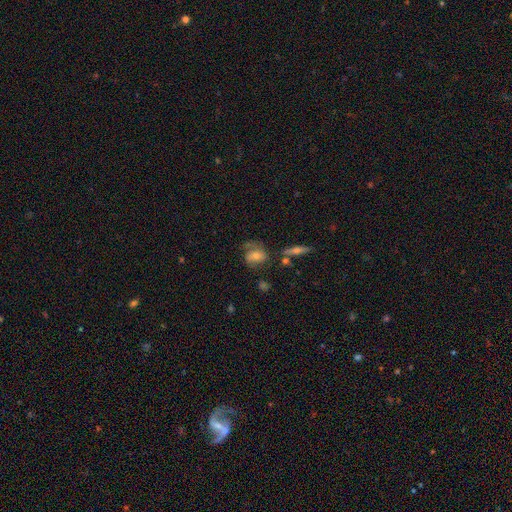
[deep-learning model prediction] Smooth or featured? smooth (45%, tied with featured or disk)
Merging? none (48%)